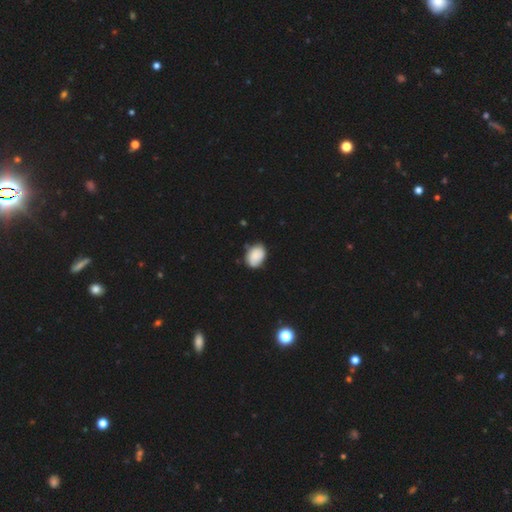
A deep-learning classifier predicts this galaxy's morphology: Overall: smooth (86%). How rounded: in between (80%). Merging: none (72%).